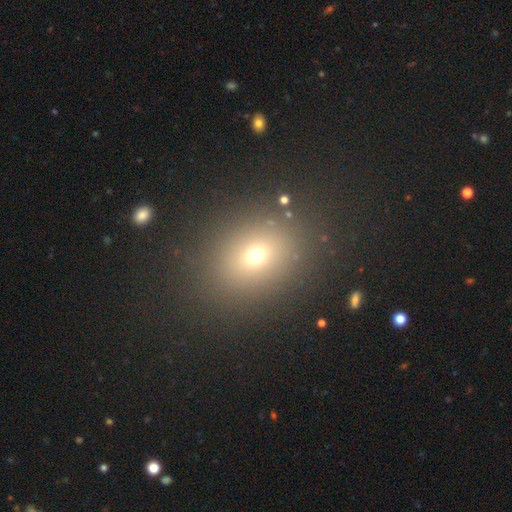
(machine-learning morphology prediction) Smooth or featured: smooth — 67% (star or artifact — 22%)
How rounded: round — 53% (in between — 46%)
Merging: none — 85% (minor disturbance — 8%)